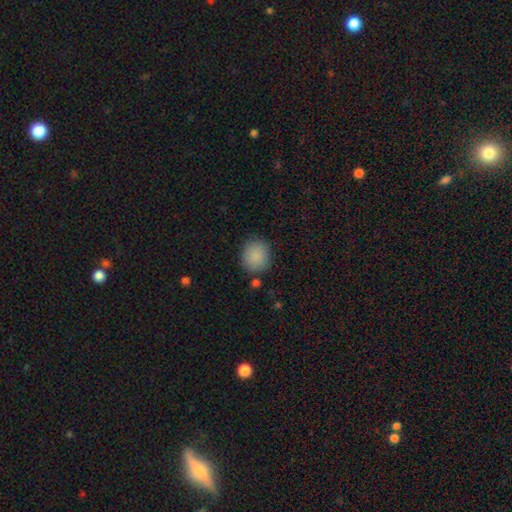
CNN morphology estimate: smooth_or_featured: smooth (p=0.88) [alt: star or artifact p=0.07]
how_rounded: round (p=0.78) [alt: in between p=0.21]
merging: none (p=0.83) [alt: minor disturbance p=0.11]